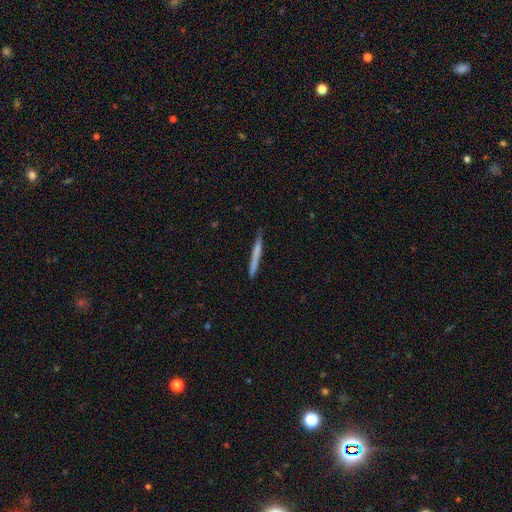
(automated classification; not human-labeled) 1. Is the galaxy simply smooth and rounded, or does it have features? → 61% smooth, 33% featured or disk, 6% star or artifact.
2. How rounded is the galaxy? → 97% cigar-shaped, 2% in between, 1% round.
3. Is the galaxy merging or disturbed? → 88% none, 9% minor disturbance, 2% major disturbance, 1% merger.